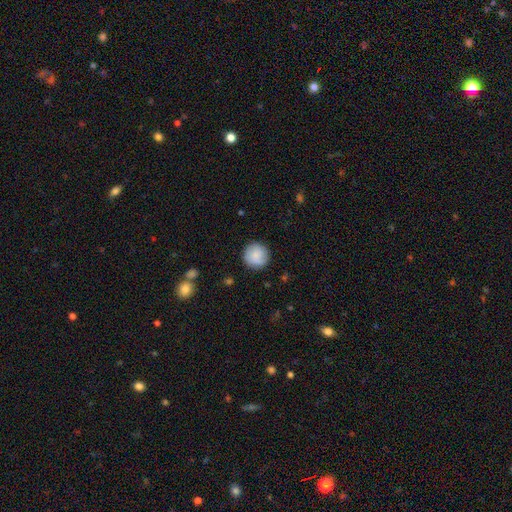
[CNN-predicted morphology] type=smooth (85%); roundness=round (96%); merging=none (89%).